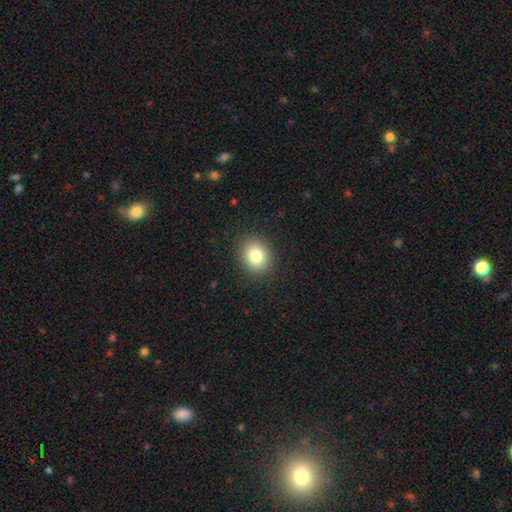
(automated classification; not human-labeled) Smooth or featured: smooth — 82% (star or artifact — 11%)
How rounded: round — 67% (in between — 32%)
Merging: none — 89% (minor disturbance — 7%)